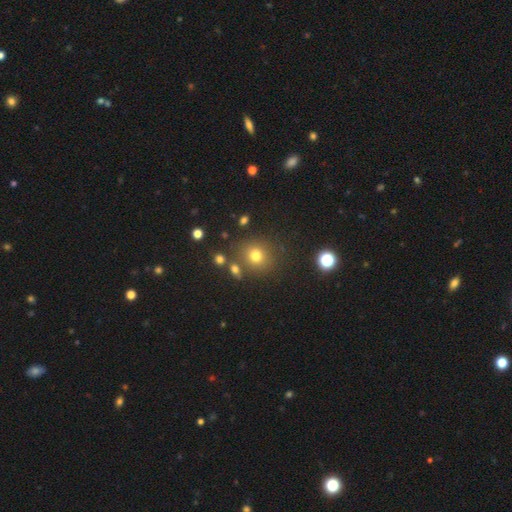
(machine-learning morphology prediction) Q: Smooth or featured?
A: smooth (73%); runner-up: star or artifact (18%)
Q: How rounded?
A: round (84%); runner-up: in between (15%)
Q: Merging?
A: none (80%); runner-up: minor disturbance (9%)